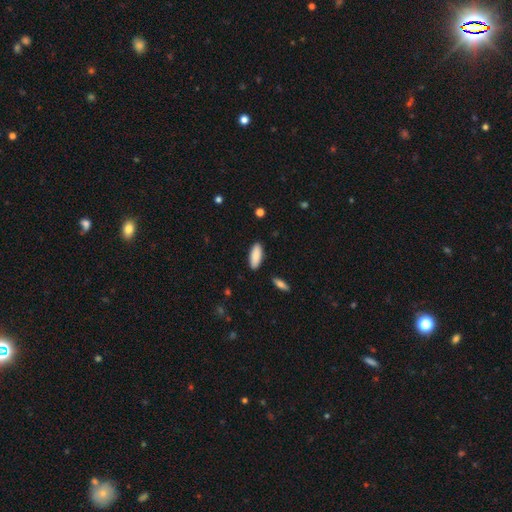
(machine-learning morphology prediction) The model was most divided on "how rounded": in between: 75%, cigar-shaped: 23%, round: 2%. More confident: smooth or featured — smooth (88%); merging — none (88%).